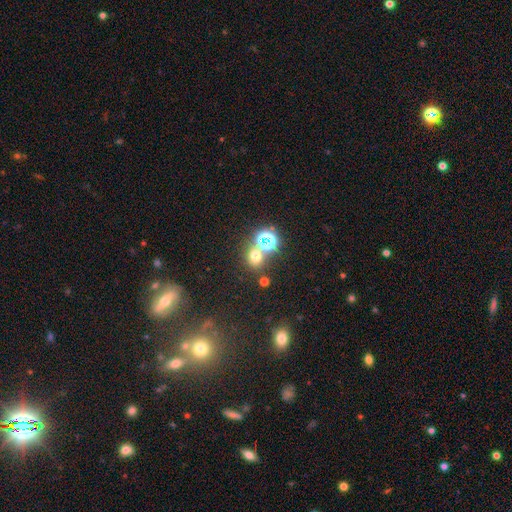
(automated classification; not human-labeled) A smooth galaxy with no disk features (58%) that is round (80%). Merging: none (68%).